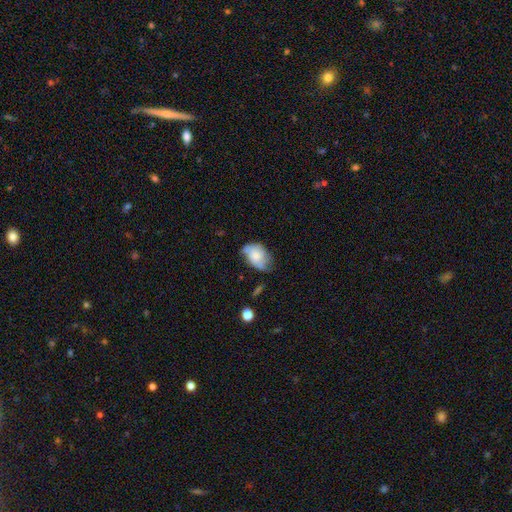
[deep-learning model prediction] This appears to be a smooth galaxy with no disk features (57%) that is in between round and cigar-shaped (84%). Merging: none (41%).